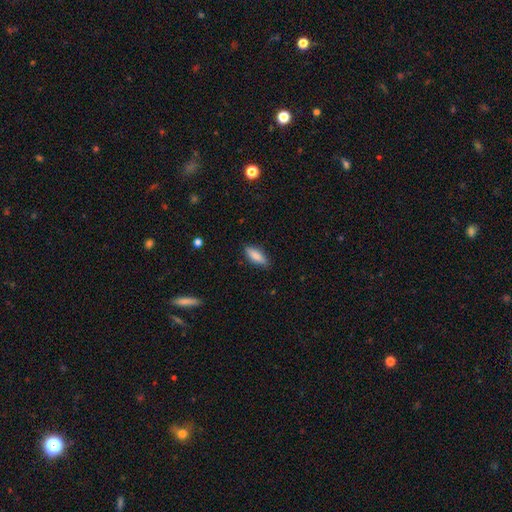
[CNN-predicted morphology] A smooth galaxy with no disk features (84%) that is in between round and cigar-shaped (66%). Merging: none (86%).